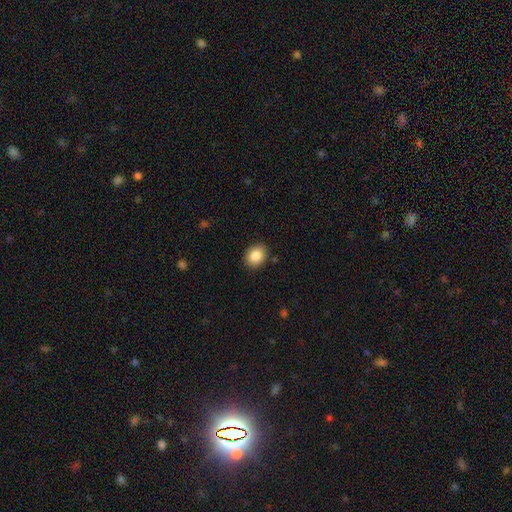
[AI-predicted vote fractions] smooth-or-featured: smooth: 86% | star or artifact: 8% | featured or disk: 6%
  how-rounded: in between: 58% | round: 41% | cigar-shaped: 1%
  merging: none: 88% | minor disturbance: 9% | major disturbance: 2% | merger: 1%